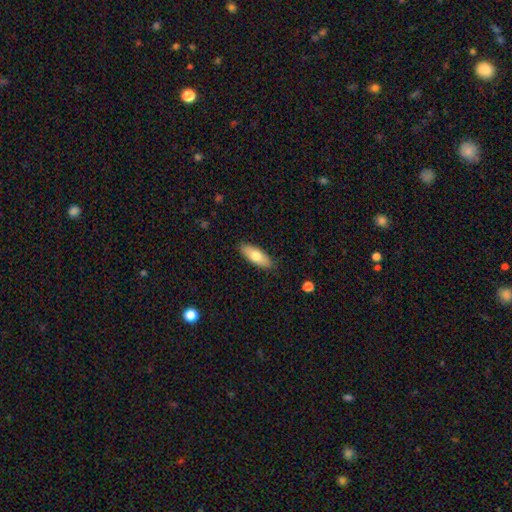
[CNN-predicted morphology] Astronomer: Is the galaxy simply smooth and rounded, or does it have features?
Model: smooth — 71%.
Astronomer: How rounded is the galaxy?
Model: in between — 72%.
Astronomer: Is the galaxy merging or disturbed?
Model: none — 87%.